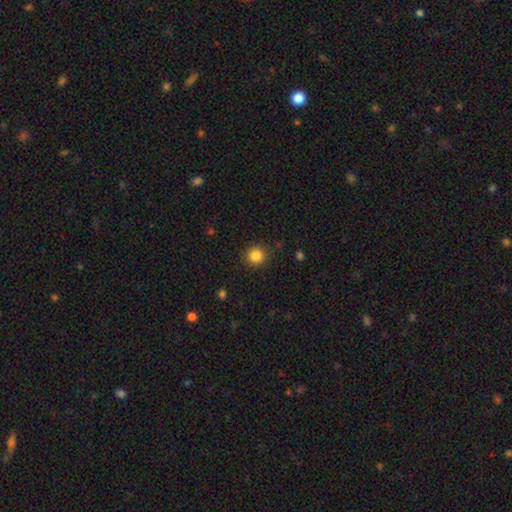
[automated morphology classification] smooth 85%, star or artifact 11%, featured or disk 4%. Down the decision tree: how rounded — round (90%); merging — none (88%).